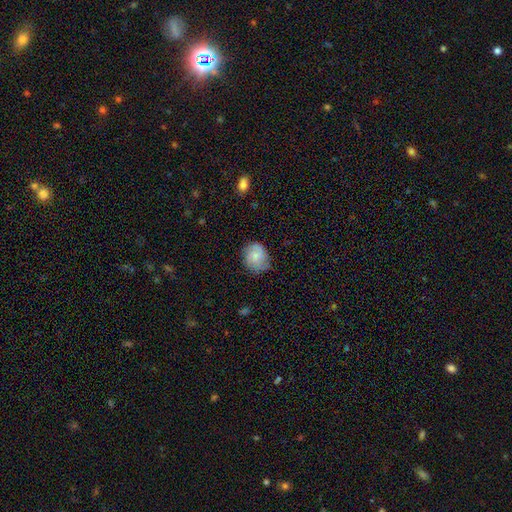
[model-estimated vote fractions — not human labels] Overall: smooth (71%). How rounded: round (66%; in between 33%). Merging: none (65%; minor disturbance 27%).